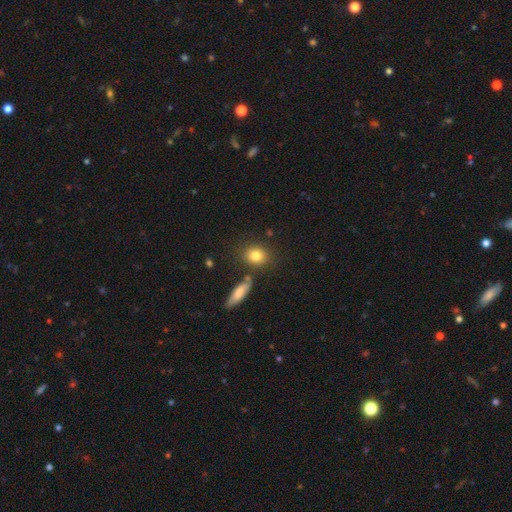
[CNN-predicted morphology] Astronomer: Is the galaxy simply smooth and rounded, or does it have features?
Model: smooth — 81%.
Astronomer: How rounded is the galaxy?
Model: round — 59% (runner-up: in between, 38%).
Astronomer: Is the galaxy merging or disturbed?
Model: none — 77%.